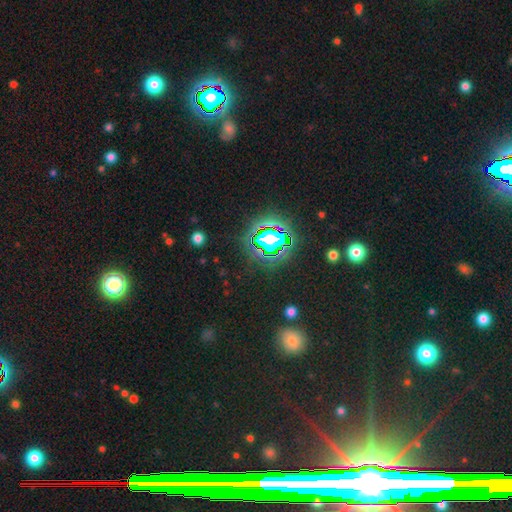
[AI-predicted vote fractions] This appears to be a star or artifact, not a galaxy (80%).